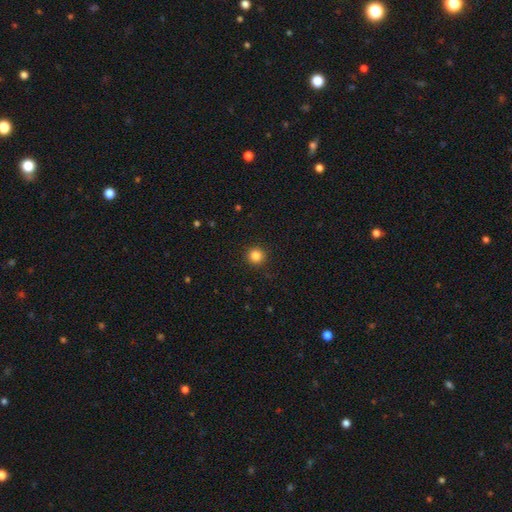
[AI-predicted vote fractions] Smooth or featured? smooth (85%)
How rounded? round (94%)
Merging? none (93%)